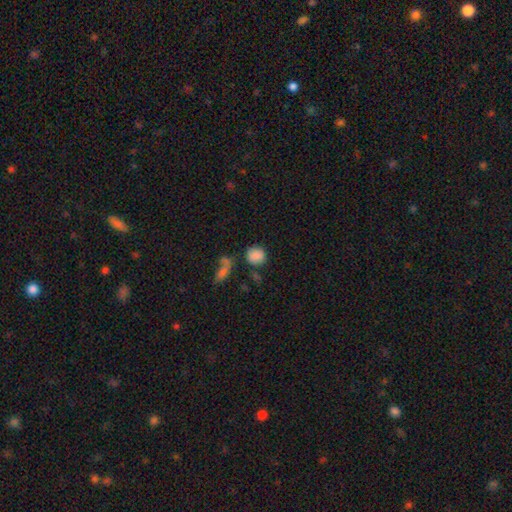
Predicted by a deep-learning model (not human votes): The model was most divided on "merging": none: 68%, minor disturbance: 15%, merger: 12%, major disturbance: 6%. More confident: smooth or featured — smooth (85%); how rounded — round (76%).